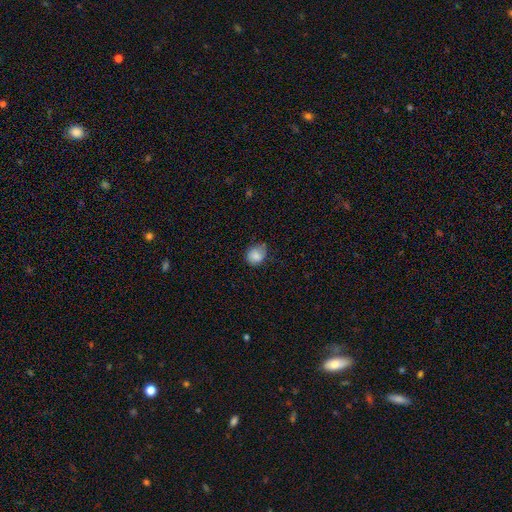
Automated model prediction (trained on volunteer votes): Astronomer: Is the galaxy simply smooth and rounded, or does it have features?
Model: smooth — 84%.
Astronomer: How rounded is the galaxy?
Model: round — 68%.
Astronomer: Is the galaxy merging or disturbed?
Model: none — 66%.